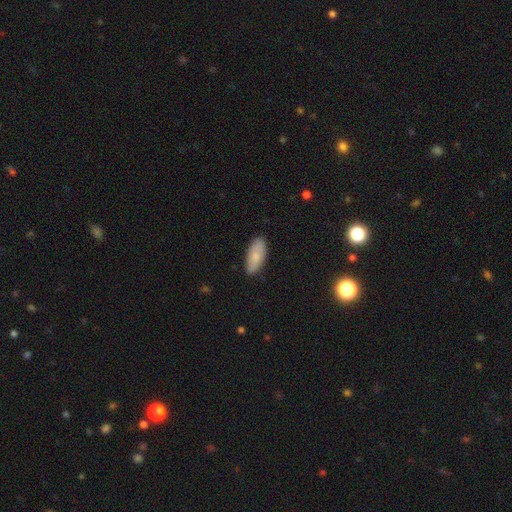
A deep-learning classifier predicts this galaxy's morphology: This is likely a smooth galaxy (79%). How rounded: clearly in between (85%). Merging: clearly none (84%).